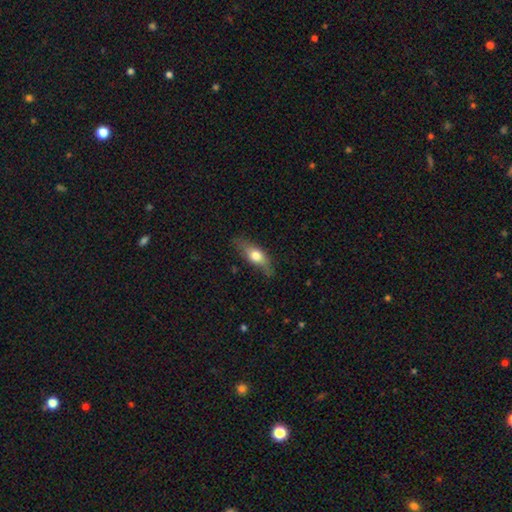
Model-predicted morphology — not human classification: Smooth or featured?
  - smooth: 60% *
  - featured or disk: 34%
  - star or artifact: 7%
How rounded?
  - in between: 61% *
  - cigar-shaped: 34%
  - round: 5%
Merging?
  - none: 69% *
  - minor disturbance: 24%
  - major disturbance: 6%
  - merger: 2%